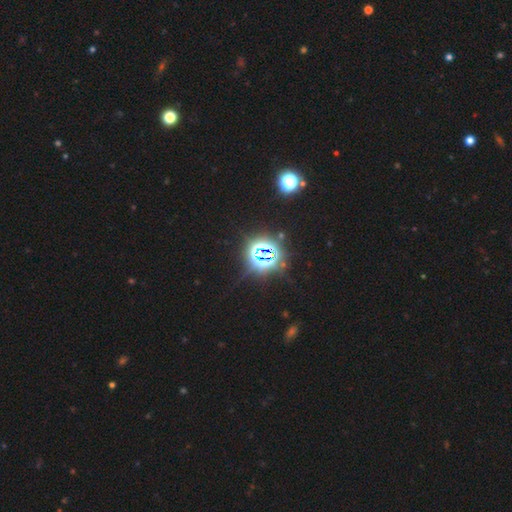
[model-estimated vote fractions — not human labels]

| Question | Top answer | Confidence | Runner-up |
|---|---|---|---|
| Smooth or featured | star or artifact | 82% | smooth (10%) |